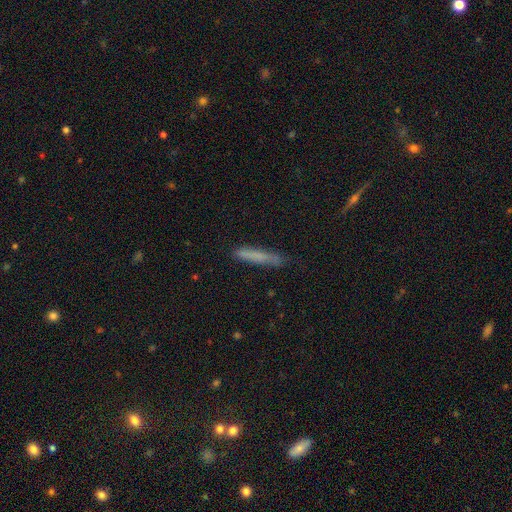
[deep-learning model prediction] smooth_or_featured: smooth (p=0.73) [alt: featured or disk p=0.19]
how_rounded: cigar-shaped (p=0.94) [alt: in between p=0.04]
merging: none (p=0.78) [alt: minor disturbance p=0.17]